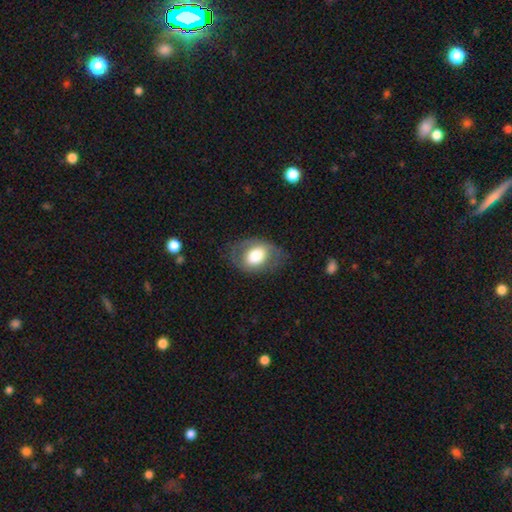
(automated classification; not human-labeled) smooth_or_featured: smooth (p=0.61) [alt: featured or disk p=0.32]
how_rounded: in between (p=0.76) [alt: round p=0.23]
merging: none (p=0.68) [alt: minor disturbance p=0.19]